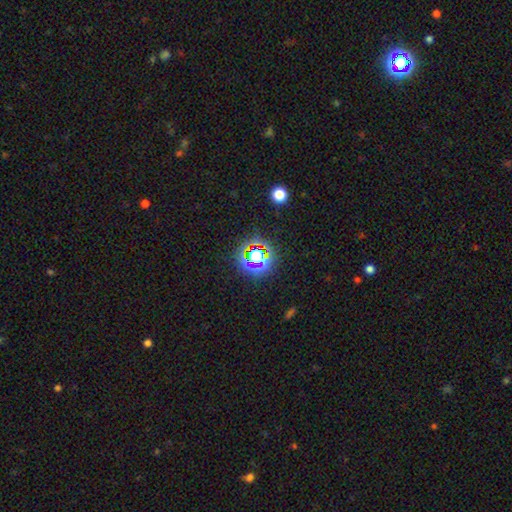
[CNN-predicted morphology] This appears to be a star or artifact, not a galaxy (66%).